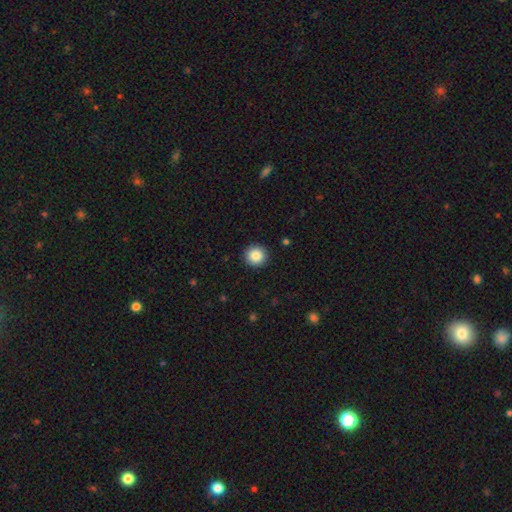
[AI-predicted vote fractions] Overall: smooth (86%). How rounded: round (95%). Merging: none (93%).